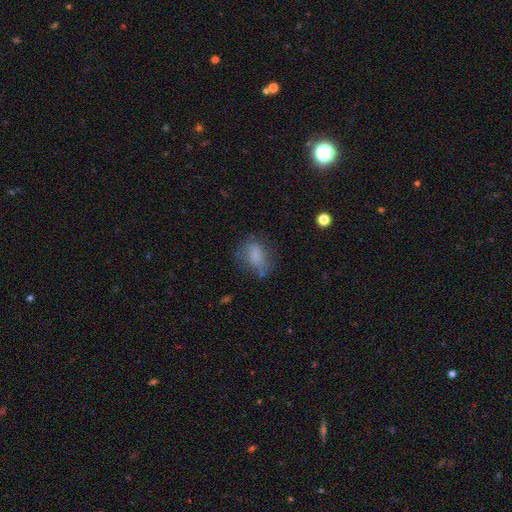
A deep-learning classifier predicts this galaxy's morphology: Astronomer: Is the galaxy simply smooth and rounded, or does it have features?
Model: smooth — 73%.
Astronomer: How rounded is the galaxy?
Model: in between — 75%.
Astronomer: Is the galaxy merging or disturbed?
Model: none — 57%.